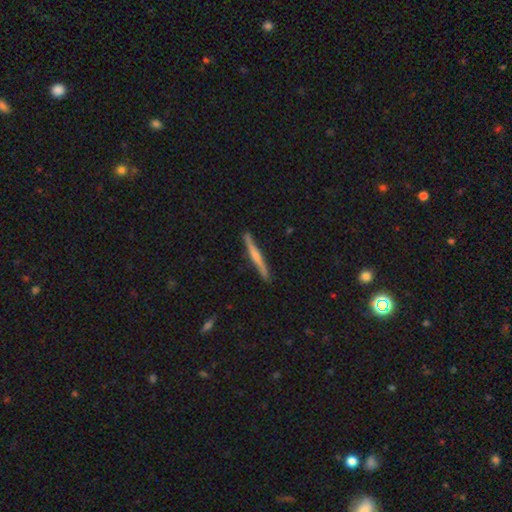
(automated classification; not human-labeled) smooth_or_featured: featured or disk (p=0.59) [alt: smooth p=0.35]
disk_edge_on: yes (p=0.97) [alt: no p=0.03]
edge_on_bulge: rounded (p=0.60) [alt: none p=0.30]
merging: none (p=0.89) [alt: minor disturbance p=0.08]